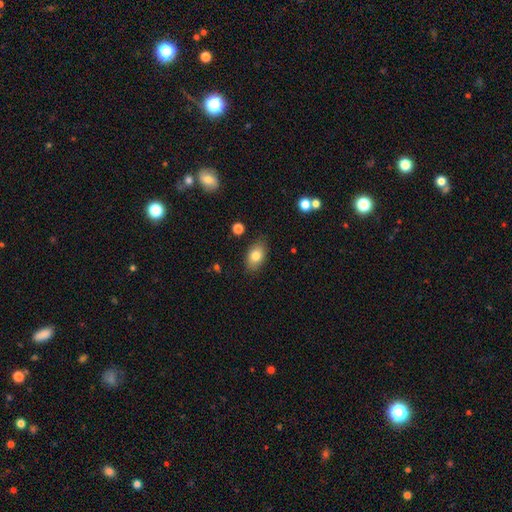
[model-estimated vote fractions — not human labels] Morphology: type=smooth (80%); roundness=in between (86%); merging=none (83%).